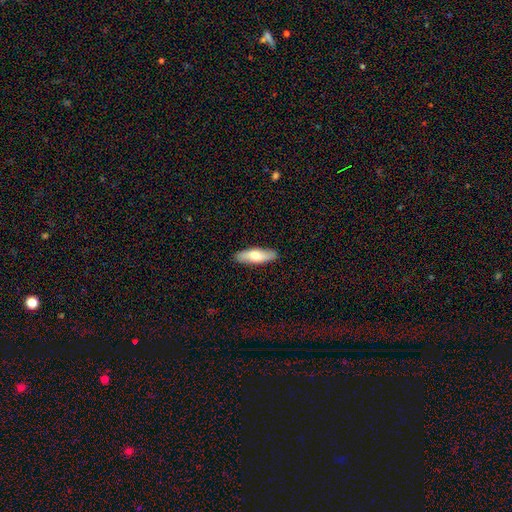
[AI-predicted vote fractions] Q: Smooth or featured?
A: smooth (62%); runner-up: featured or disk (33%)
Q: How rounded?
A: in between (51%); runner-up: cigar-shaped (47%)
Q: Merging?
A: none (89%); runner-up: minor disturbance (8%)